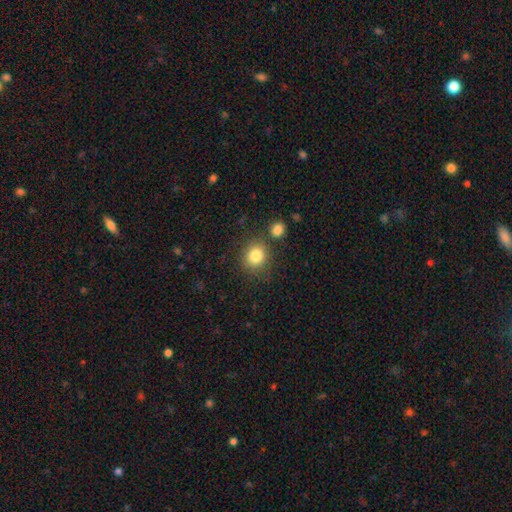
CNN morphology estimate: The model was most divided on "how rounded": round: 80%, in between: 19%, cigar-shaped: 1%. More confident: smooth or featured — smooth (83%); merging — none (79%).